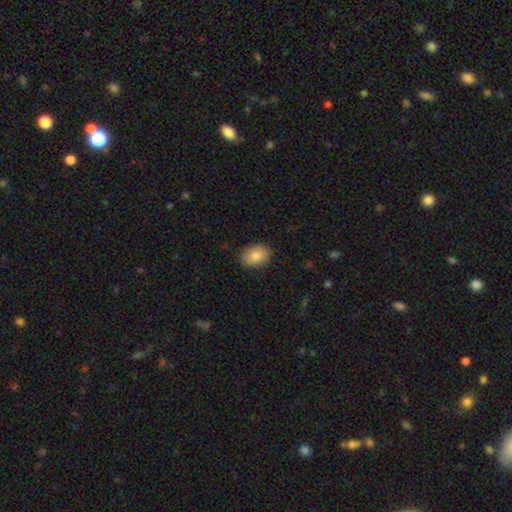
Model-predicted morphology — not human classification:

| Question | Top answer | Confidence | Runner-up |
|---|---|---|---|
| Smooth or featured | smooth | 84% | featured or disk (9%) |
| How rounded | in between | 73% | round (26%) |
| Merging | none | 88% | minor disturbance (9%) |